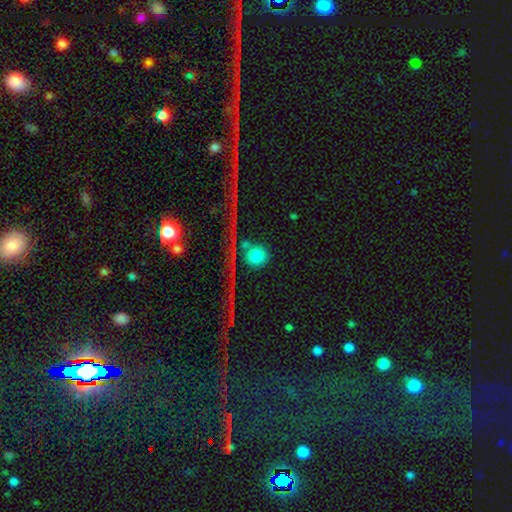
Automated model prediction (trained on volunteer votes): A smooth galaxy with no disk features (75%) that is round (93%).

Vote fractions:
- Smooth or featured? smooth: 75% / star or artifact: 16% / featured or disk: 9%
- How rounded? round: 93% / in between: 6% / cigar-shaped: 2%
- Merging? none: 77% / minor disturbance: 9% / merger: 7% / major disturbance: 6%